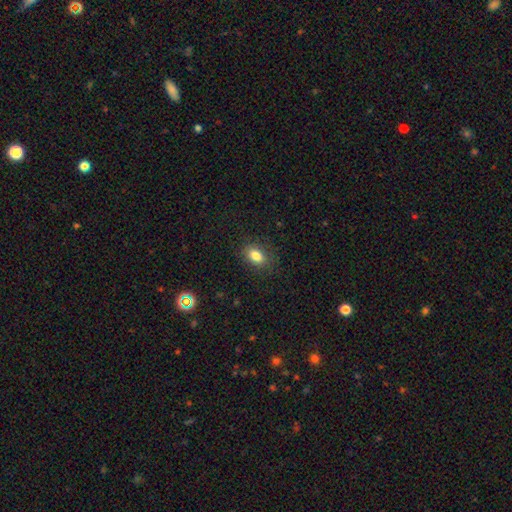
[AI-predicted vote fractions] Q: Smooth or featured?
A: smooth (83%); runner-up: star or artifact (10%)
Q: How rounded?
A: in between (80%); runner-up: round (19%)
Q: Merging?
A: none (85%); runner-up: minor disturbance (11%)